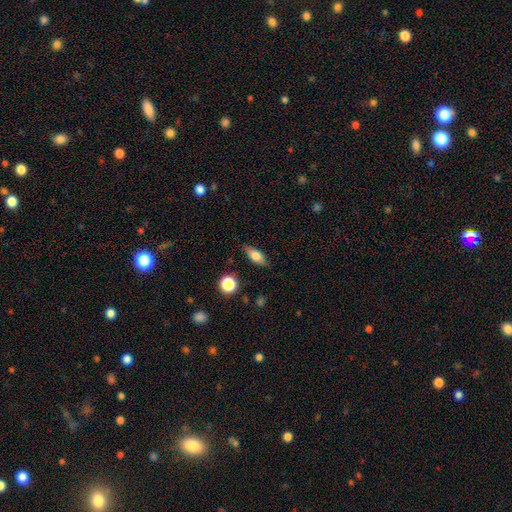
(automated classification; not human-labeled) Smooth or featured: smooth — 68% (featured or disk — 23%)
How rounded: in between — 72% (cigar-shaped — 22%)
Merging: none — 84% (minor disturbance — 12%)